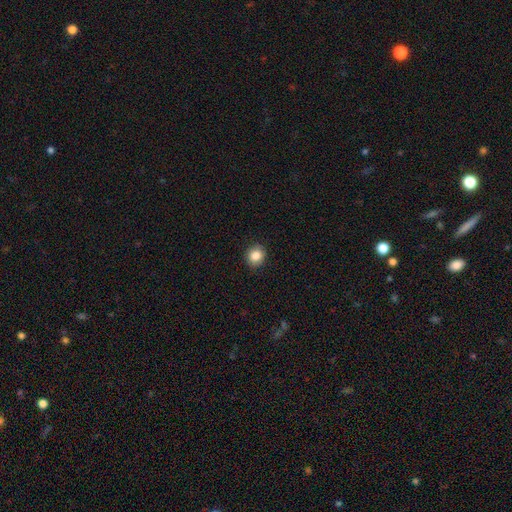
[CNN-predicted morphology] Smooth or featured?
  - smooth: 85% *
  - star or artifact: 9%
  - featured or disk: 5%
How rounded?
  - round: 81% *
  - in between: 18%
  - cigar-shaped: 1%
Merging?
  - none: 91% *
  - minor disturbance: 7%
  - major disturbance: 2%
  - merger: 1%